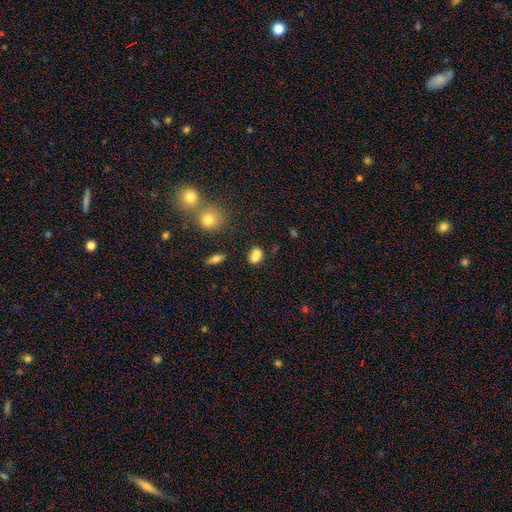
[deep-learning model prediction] This is likely a smooth galaxy (75%). How rounded: likely in between (61%). Merging: marginally merger (41%, tied with none).